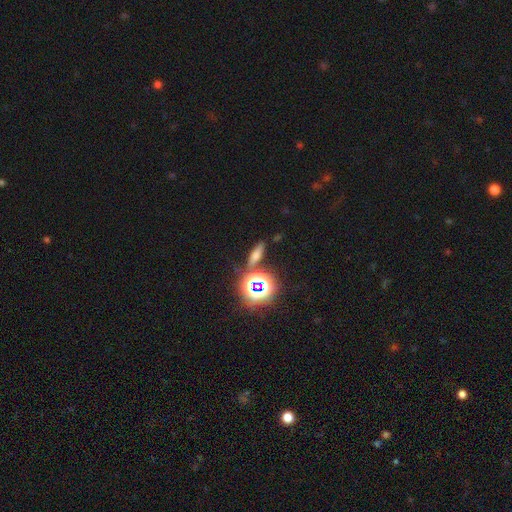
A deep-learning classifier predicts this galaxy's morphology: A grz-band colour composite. It shows a smooth galaxy with no disk features (47%). Merging: none (78%).